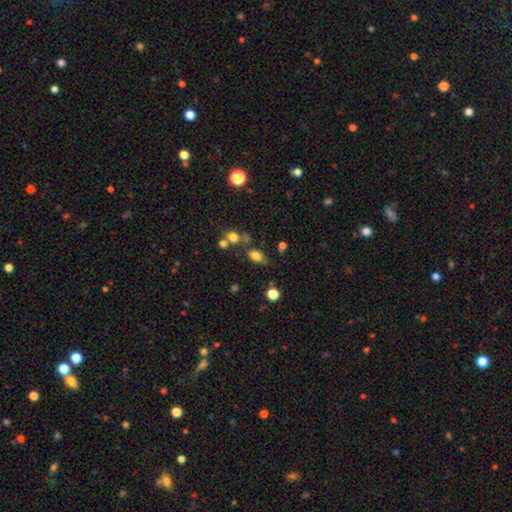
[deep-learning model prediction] This appears to be a smooth galaxy with no disk features (77%) that is in between round and cigar-shaped (82%). Merging: none (59%).